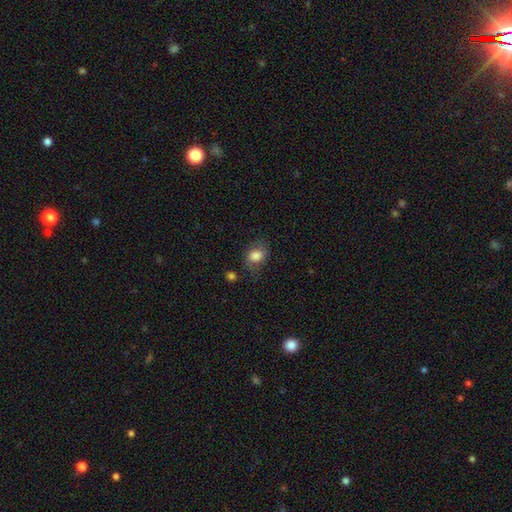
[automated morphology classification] A smooth galaxy with no disk features (78%) that is in between round and cigar-shaped (66%).

Vote fractions:
- Smooth or featured? smooth: 78% / featured or disk: 13% / star or artifact: 9%
- How rounded? in between: 66% / round: 33% / cigar-shaped: 1%
- Merging? none: 58% / minor disturbance: 26% / major disturbance: 12% / merger: 4%